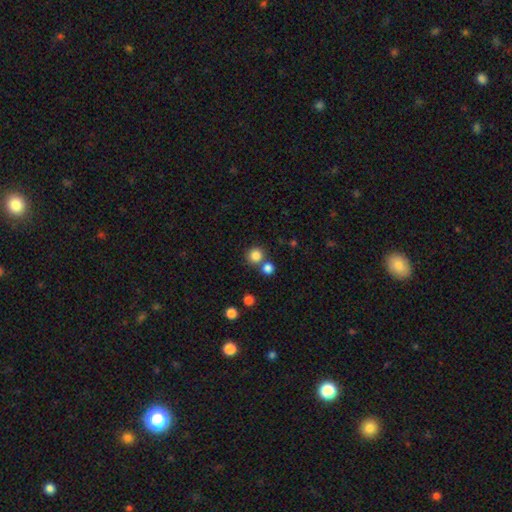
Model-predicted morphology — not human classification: Overall: smooth (83%). How rounded: round (92%). Merging: none (67%).